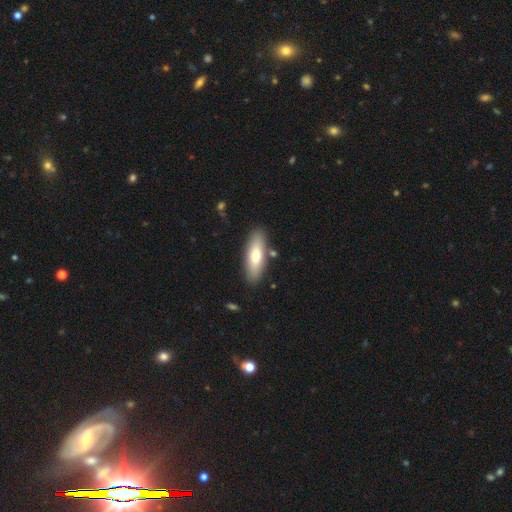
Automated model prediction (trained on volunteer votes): smooth_or_featured: smooth (p=0.70) [alt: featured or disk p=0.25]
how_rounded: in between (p=0.57) [alt: cigar-shaped p=0.41]
merging: none (p=0.84) [alt: minor disturbance p=0.10]